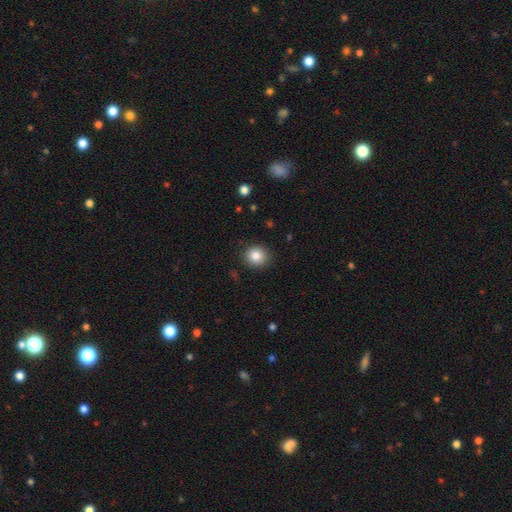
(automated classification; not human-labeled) Smooth or featured? smooth (84%)
How rounded? round (81%)
Merging? none (88%)